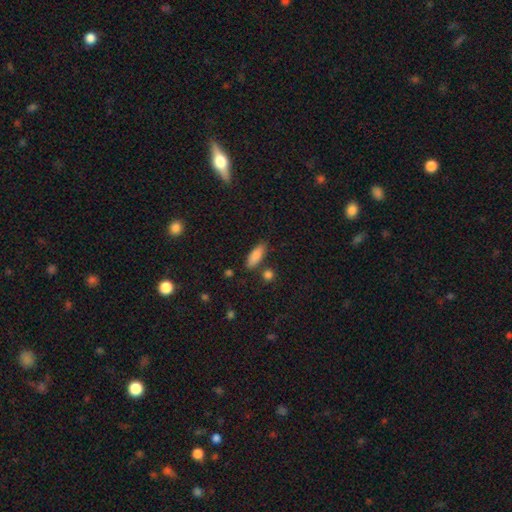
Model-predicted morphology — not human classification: smooth 85%, featured or disk 8%, star or artifact 7%. Down the decision tree: how rounded — in between (67%); merging — none (80%).